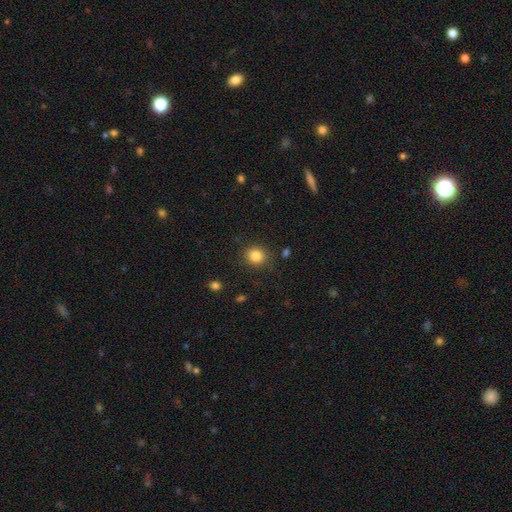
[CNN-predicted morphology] A smooth galaxy with no disk features (85%) that is round (83%).

Vote fractions:
- Smooth or featured? smooth: 85% / star or artifact: 10% / featured or disk: 5%
- How rounded? round: 83% / in between: 16% / cigar-shaped: 1%
- Merging? none: 86% / minor disturbance: 9% / major disturbance: 3% / merger: 2%